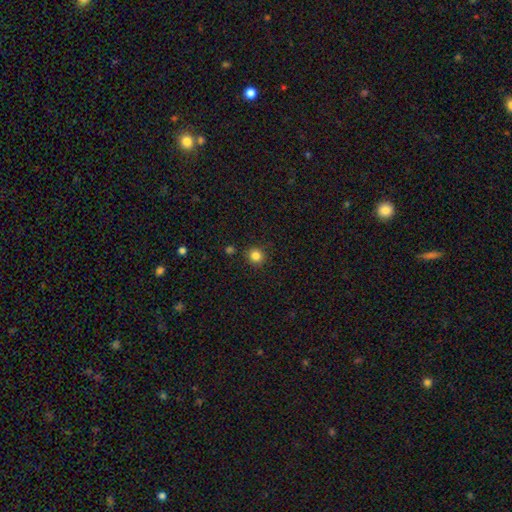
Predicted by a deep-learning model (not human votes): Overall: smooth (84%). How rounded: round (91%). Merging: none (88%).